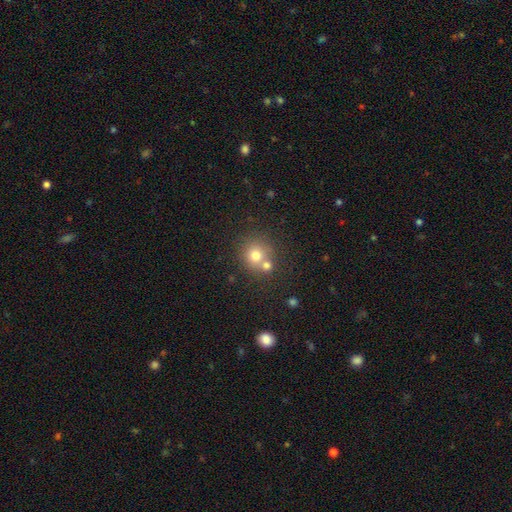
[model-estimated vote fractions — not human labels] The model was most divided on "merging": none: 54%, merger: 35%, minor disturbance: 8%, major disturbance: 3%. More confident: how rounded — round (88%); smooth or featured — smooth (73%).